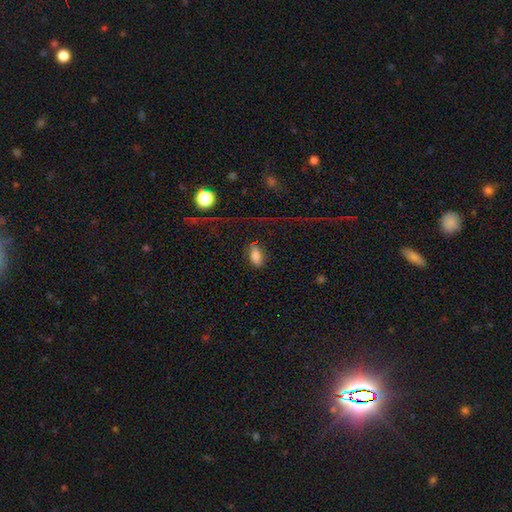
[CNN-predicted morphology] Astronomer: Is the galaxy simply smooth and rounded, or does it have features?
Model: smooth — 78%.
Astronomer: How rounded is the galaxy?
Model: in between — 90%.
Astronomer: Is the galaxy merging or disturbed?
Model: none — 78%.